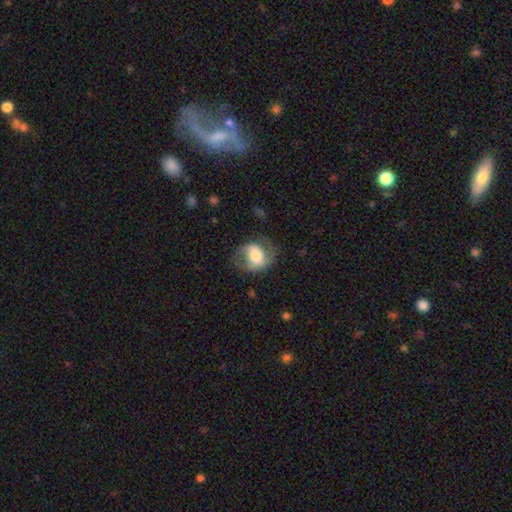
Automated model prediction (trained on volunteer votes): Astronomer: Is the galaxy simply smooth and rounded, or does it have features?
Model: featured or disk — 51% (runner-up: smooth, 42%).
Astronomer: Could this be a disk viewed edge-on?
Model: no — 95%.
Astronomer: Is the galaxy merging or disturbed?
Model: none — 59%.